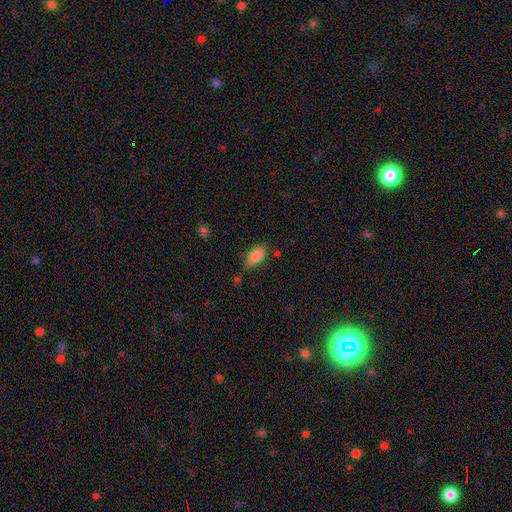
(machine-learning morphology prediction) This is clearly a smooth galaxy (85%). How rounded: clearly in between (92%). Merging: likely none (71%).